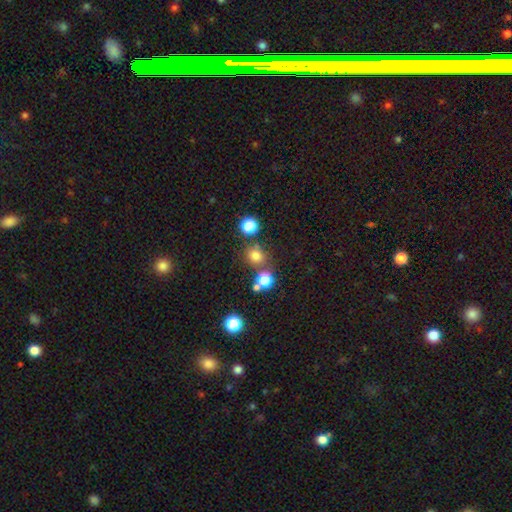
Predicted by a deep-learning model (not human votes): This is likely a smooth galaxy (75%). How rounded: clearly round (83%). Merging: likely none (72%).